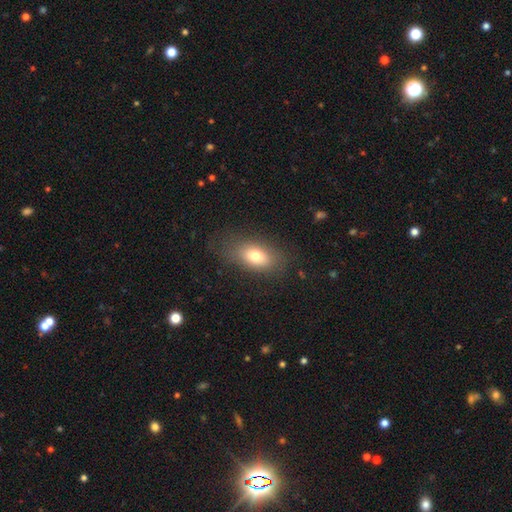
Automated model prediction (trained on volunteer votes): This is likely a smooth galaxy (74%). How rounded: clearly in between (84%). Merging: likely none (74%).